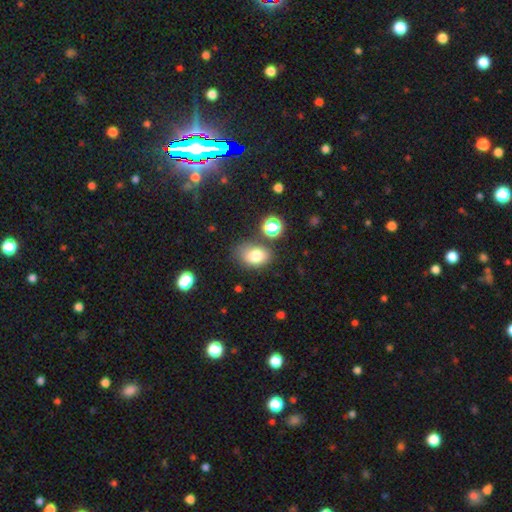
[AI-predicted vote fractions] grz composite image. It shows a smooth galaxy with no disk features (78%) that is in between round and cigar-shaped (76%). Merging: none (68%).